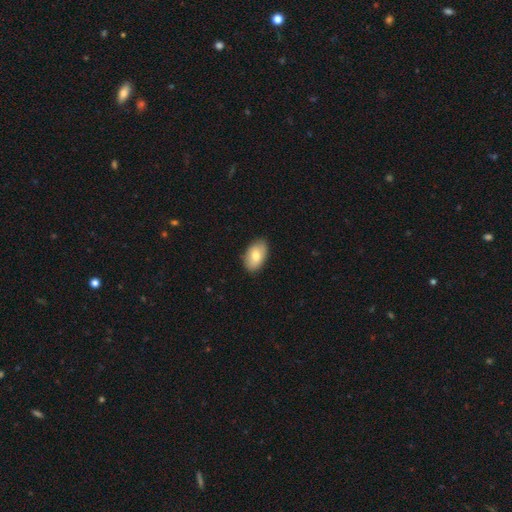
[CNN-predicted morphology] This appears to be a smooth galaxy with no disk features (74%) that is in between round and cigar-shaped (92%). Merging: none (86%).